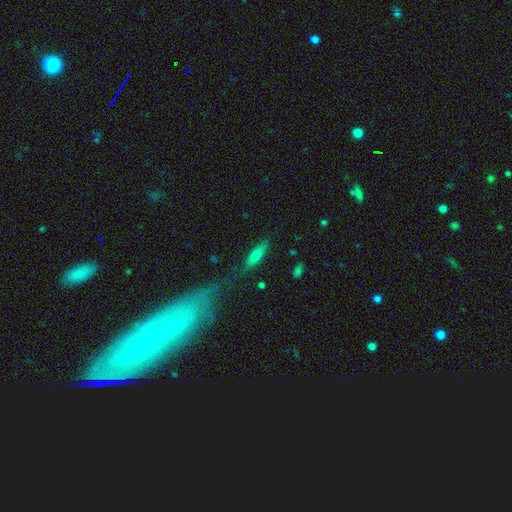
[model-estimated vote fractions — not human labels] smooth-or-featured: smooth: 63% | featured or disk: 29% | star or artifact: 8%
  how-rounded: cigar-shaped: 56% | in between: 40% | round: 3%
  merging: none: 67% | minor disturbance: 18% | merger: 8% | major disturbance: 7%